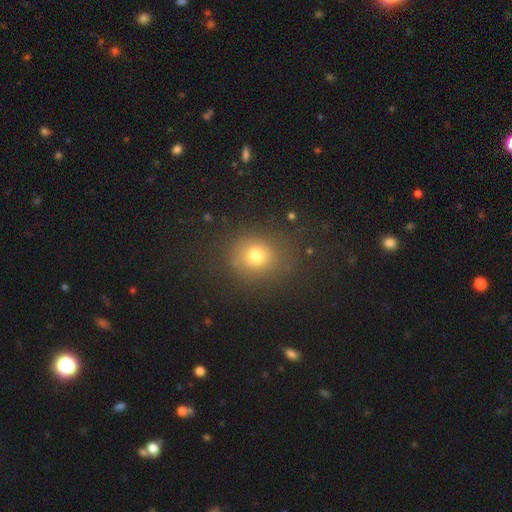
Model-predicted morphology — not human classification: A smooth galaxy with no disk features (74%) that is round (80%).

Vote fractions:
- Smooth or featured? smooth: 74% / star or artifact: 17% / featured or disk: 9%
- How rounded? round: 80% / in between: 19% / cigar-shaped: 1%
- Merging? none: 82% / minor disturbance: 11% / major disturbance: 5% / merger: 2%